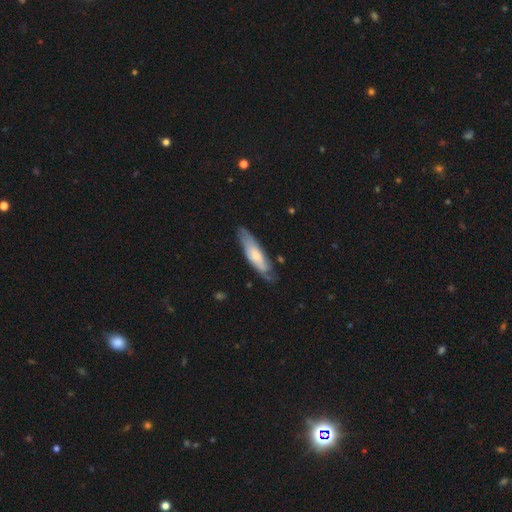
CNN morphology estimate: Q: Smooth or featured?
A: smooth (48%); runner-up: featured or disk (47%)
Q: Merging?
A: none (66%); runner-up: minor disturbance (25%)